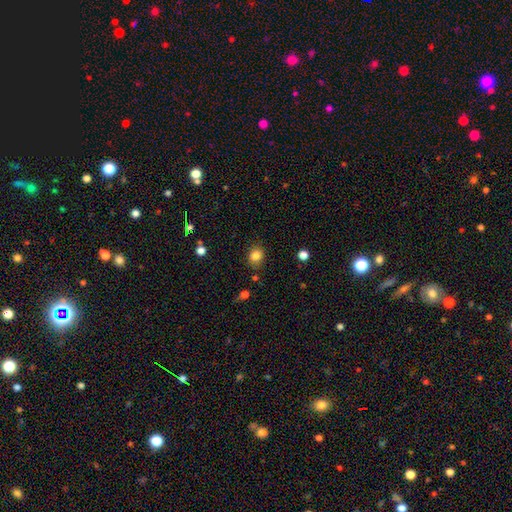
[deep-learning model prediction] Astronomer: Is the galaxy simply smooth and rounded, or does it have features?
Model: smooth — 83%.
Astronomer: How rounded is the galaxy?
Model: round — 57% (runner-up: in between, 43%).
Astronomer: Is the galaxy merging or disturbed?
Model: none — 82%.